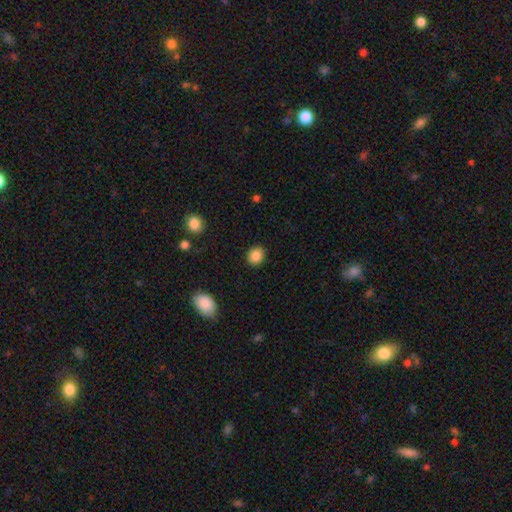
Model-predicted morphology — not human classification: Smooth or featured? Predicted: smooth (p=0.87). How rounded? Predicted: round (p=0.75). Merging? Predicted: none (p=0.90).